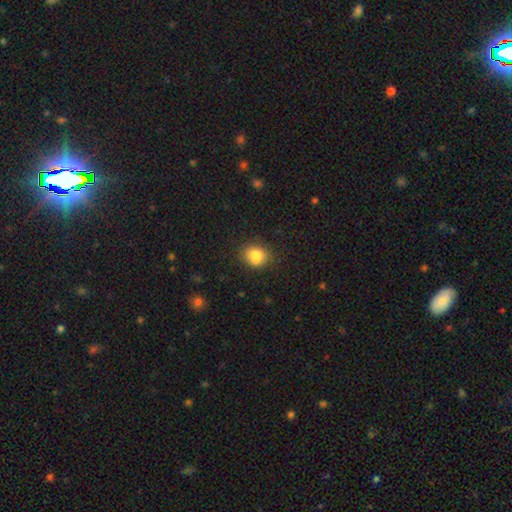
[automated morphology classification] This appears to be a smooth galaxy with no disk features (79%) that is round (67%). Merging: none (59%).